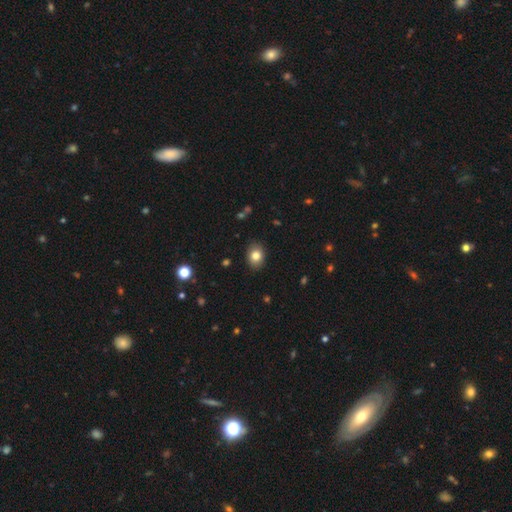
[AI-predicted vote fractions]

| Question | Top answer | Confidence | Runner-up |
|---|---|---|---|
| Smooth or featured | smooth | 82% | star or artifact (10%) |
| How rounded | in between | 62% | round (37%) |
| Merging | none | 88% | minor disturbance (9%) |